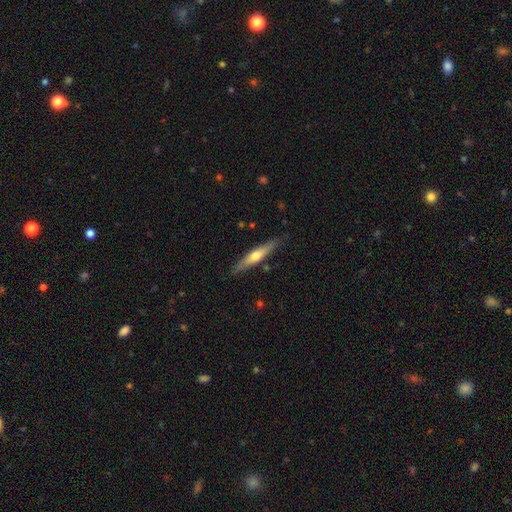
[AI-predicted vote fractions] Smooth or featured? Predicted: featured or disk (p=0.54). Edge-on disk? Predicted: yes (p=0.94). Edge-on bulge? Predicted: rounded (p=0.87). Merging? Predicted: none (p=0.85).